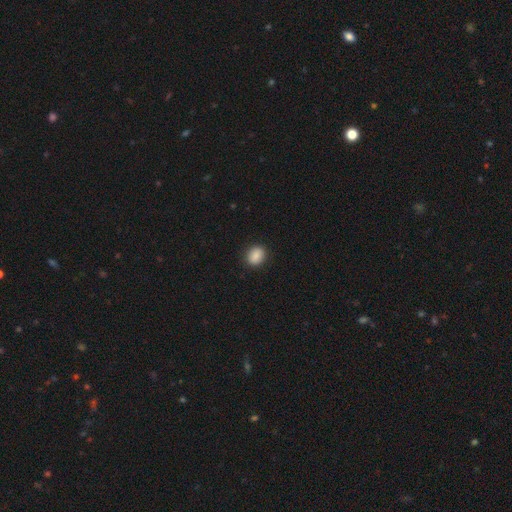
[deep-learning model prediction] Morphology: type=smooth (87%); roundness=round (56%); merging=none (89%).